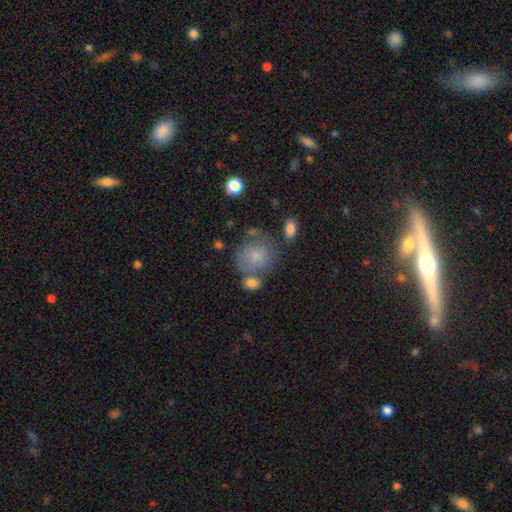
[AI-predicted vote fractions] smooth_or_featured: smooth (p=0.75) [alt: featured or disk p=0.16]
how_rounded: round (p=0.80) [alt: in between p=0.19]
merging: none (p=0.54) [alt: minor disturbance p=0.20]